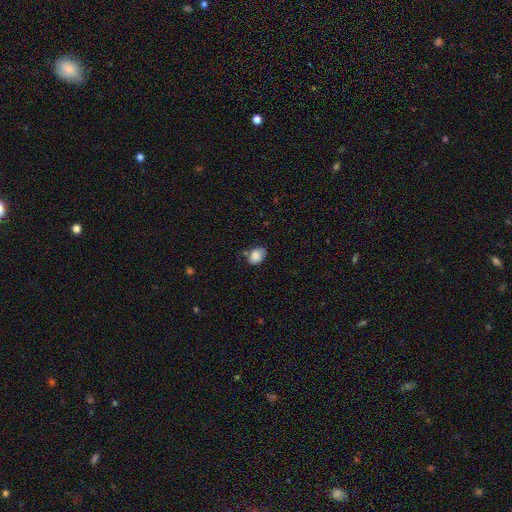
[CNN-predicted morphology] Smooth or featured: smooth — 83% (featured or disk — 9%)
How rounded: in between — 71% (round — 27%)
Merging: none — 58% (minor disturbance — 30%)